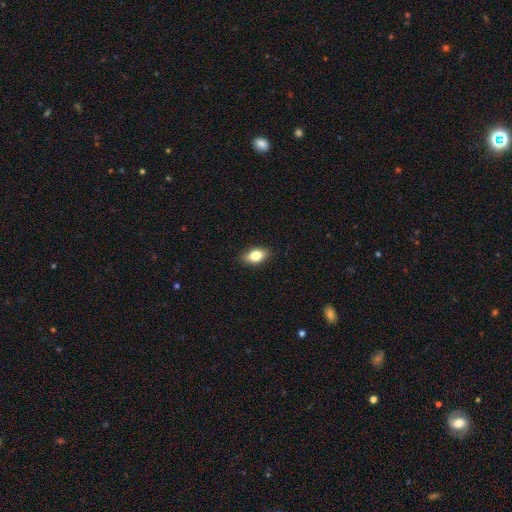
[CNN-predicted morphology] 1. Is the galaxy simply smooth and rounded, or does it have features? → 78% smooth, 14% featured or disk, 8% star or artifact.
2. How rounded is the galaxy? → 86% in between, 8% round, 6% cigar-shaped.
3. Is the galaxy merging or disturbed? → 87% none, 10% minor disturbance, 2% major disturbance, 1% merger.